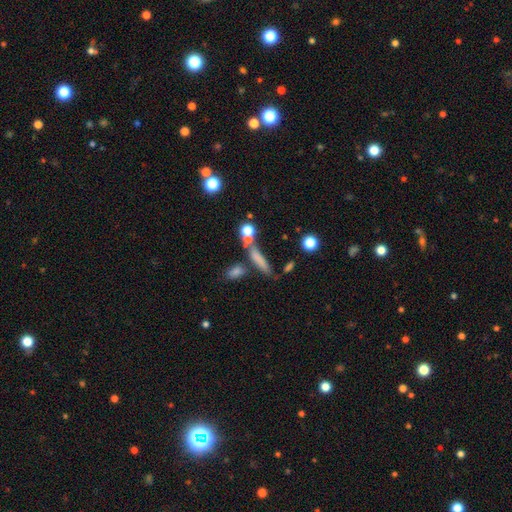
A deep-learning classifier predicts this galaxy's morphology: smooth 50%, featured or disk 29%, star or artifact 20%. Down the decision tree: how rounded — cigar-shaped (73%); merging — none (63%).